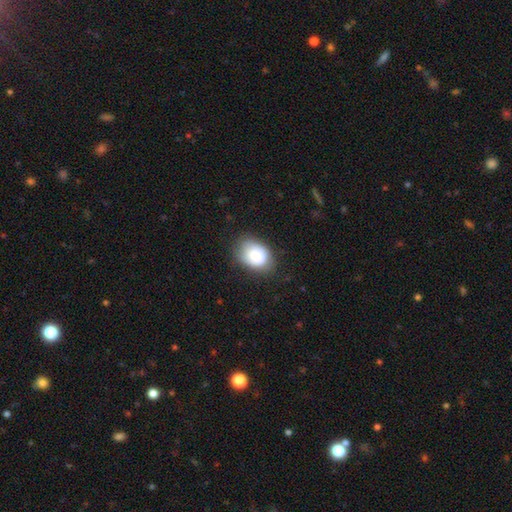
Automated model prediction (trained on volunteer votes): Overall: smooth (77%). How rounded: in between (60%; round 39%). Merging: none (66%).